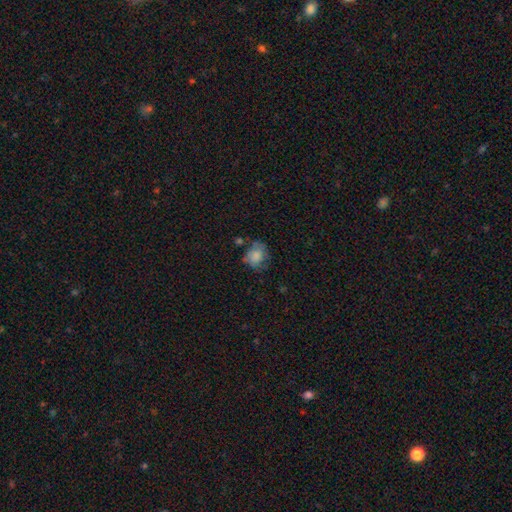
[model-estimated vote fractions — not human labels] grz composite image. It shows a smooth galaxy with no disk features (73%) that is round (56%). Merging: none (49%).